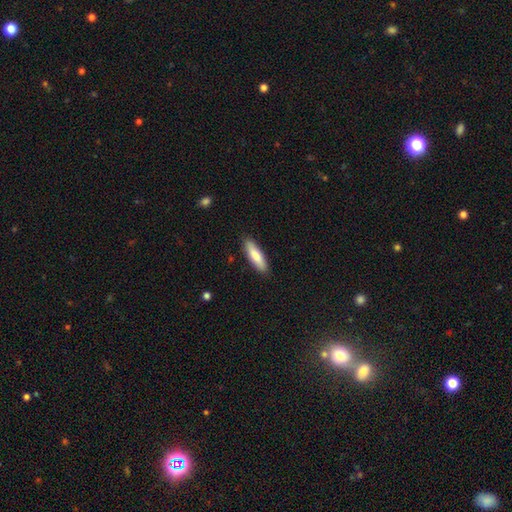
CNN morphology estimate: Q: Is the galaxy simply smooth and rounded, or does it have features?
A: smooth — 81%.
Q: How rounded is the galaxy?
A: cigar-shaped — 61%.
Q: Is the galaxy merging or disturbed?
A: none — 88%.